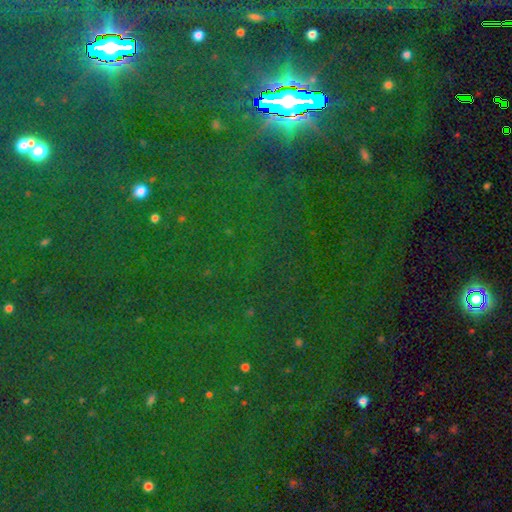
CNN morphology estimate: The model was most divided on "smooth or featured": star or artifact: 83%, smooth: 10%, featured or disk: 7%.